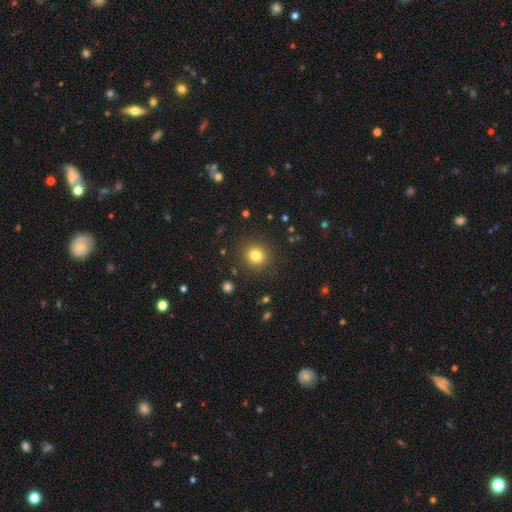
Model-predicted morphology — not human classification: type=smooth (79%); roundness=round (88%); merging=none (89%).